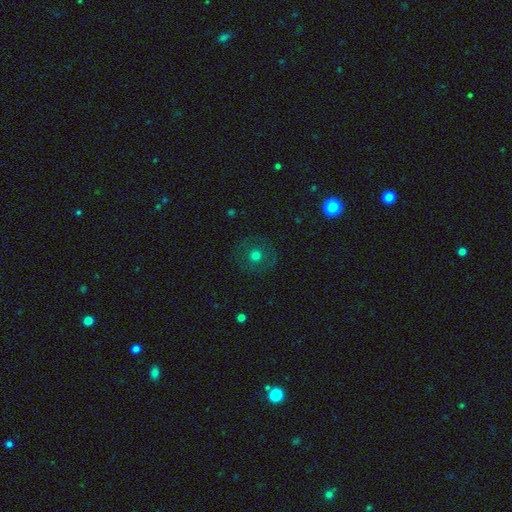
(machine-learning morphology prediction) Smooth or featured?
  - smooth: 62% *
  - featured or disk: 24%
  - star or artifact: 14%
How rounded?
  - round: 93% *
  - in between: 6%
  - cigar-shaped: 1%
Merging?
  - none: 84% *
  - minor disturbance: 9%
  - major disturbance: 5%
  - merger: 1%